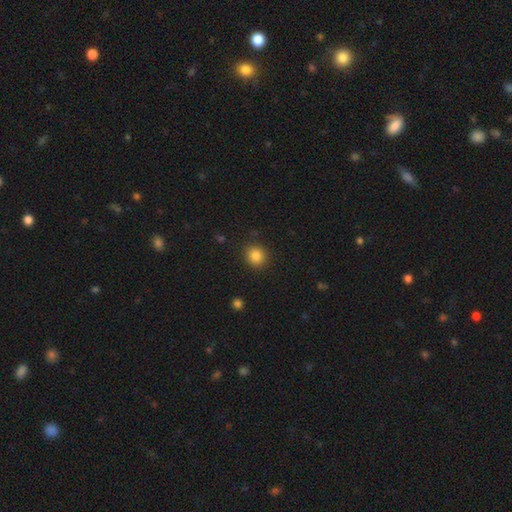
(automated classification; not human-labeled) A smooth galaxy with no disk features (85%) that is round (85%). Merging: none (88%).